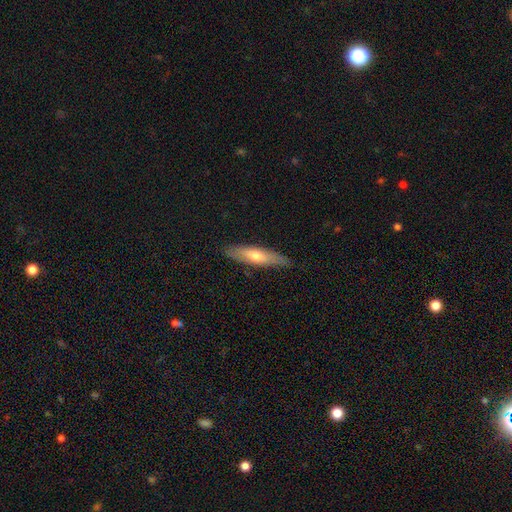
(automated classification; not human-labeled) smooth 54%, featured or disk 40%, star or artifact 6%. Down the decision tree: how rounded — cigar-shaped (74%); merging — none (85%).